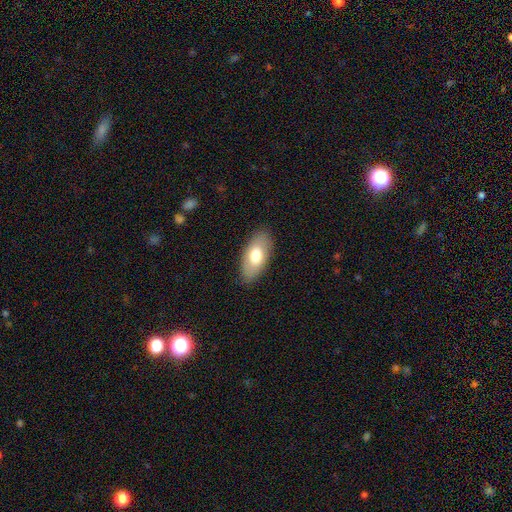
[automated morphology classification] Smooth or featured? smooth (71%)
How rounded? in between (91%)
Merging? none (85%)